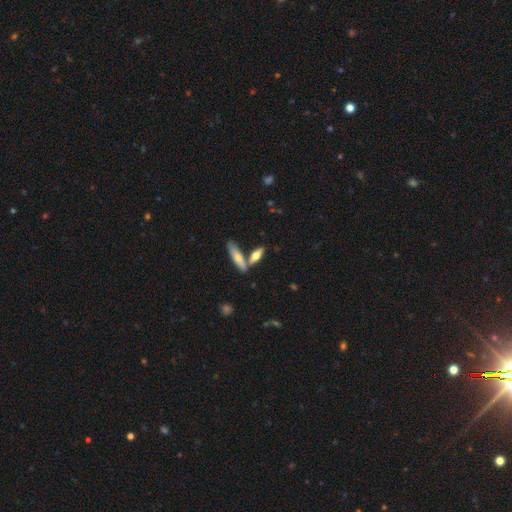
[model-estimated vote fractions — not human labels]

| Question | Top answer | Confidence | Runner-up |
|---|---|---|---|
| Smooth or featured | smooth | 61% | featured or disk (32%) |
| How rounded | cigar-shaped | 56% | in between (41%) |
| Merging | none | 55% | merger (33%) |